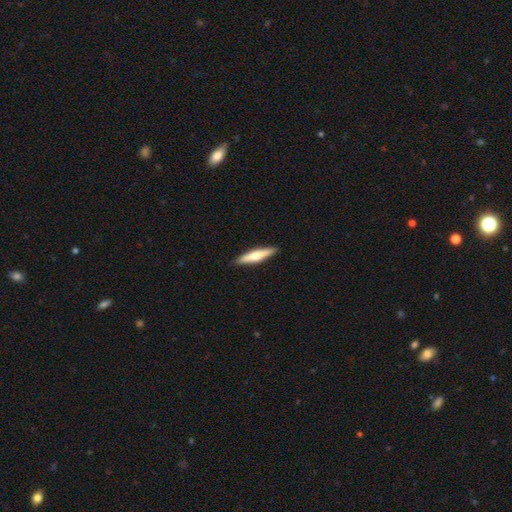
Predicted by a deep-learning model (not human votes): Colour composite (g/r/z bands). It shows a smooth galaxy with no disk features (51%) that is cigar-shaped (85%). Merging: none (89%).